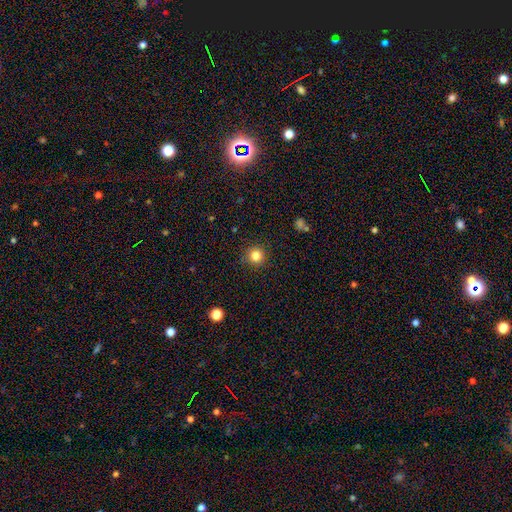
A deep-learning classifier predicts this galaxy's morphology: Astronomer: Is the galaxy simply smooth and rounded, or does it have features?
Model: smooth — 83%.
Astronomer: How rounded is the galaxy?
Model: round — 95%.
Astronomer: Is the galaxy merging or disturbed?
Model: none — 91%.